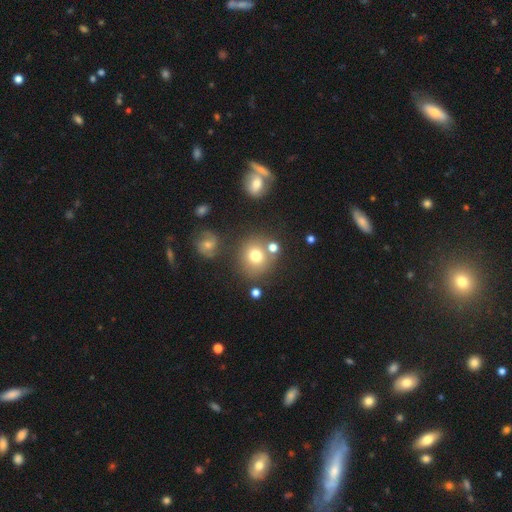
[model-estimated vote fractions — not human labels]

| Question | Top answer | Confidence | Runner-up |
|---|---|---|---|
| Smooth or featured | smooth | 72% | featured or disk (15%) |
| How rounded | round | 85% | in between (14%) |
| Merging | none | 70% | merger (13%) |